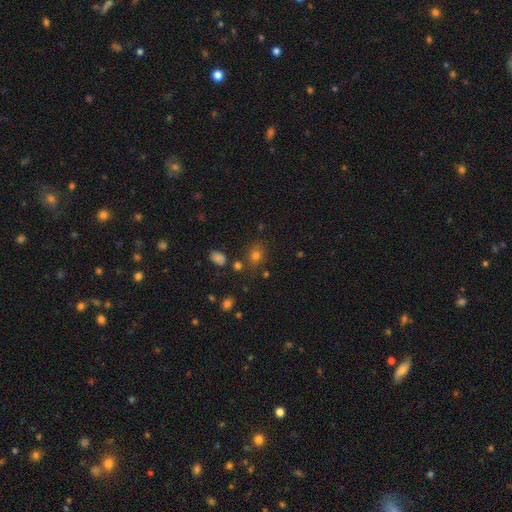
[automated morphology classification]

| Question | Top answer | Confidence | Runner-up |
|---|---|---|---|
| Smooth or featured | smooth | 72% | star or artifact (19%) |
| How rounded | round | 60% | in between (39%) |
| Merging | none | 76% | minor disturbance (12%) |